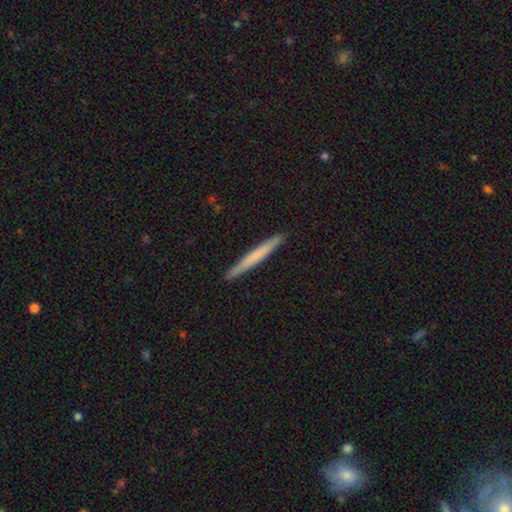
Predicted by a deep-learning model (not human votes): Smooth or featured: smooth — 61% (featured or disk — 34%)
How rounded: cigar-shaped — 97% (in between — 2%)
Merging: none — 93% (minor disturbance — 5%)